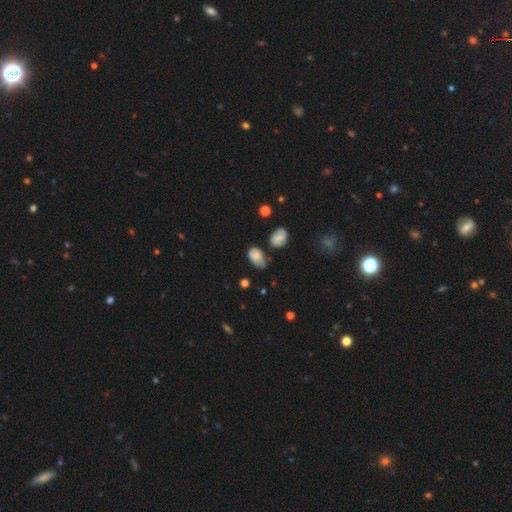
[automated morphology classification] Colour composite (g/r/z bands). It shows a smooth galaxy with no disk features (75%) that is in between round and cigar-shaped (85%). Merging: none (44%).